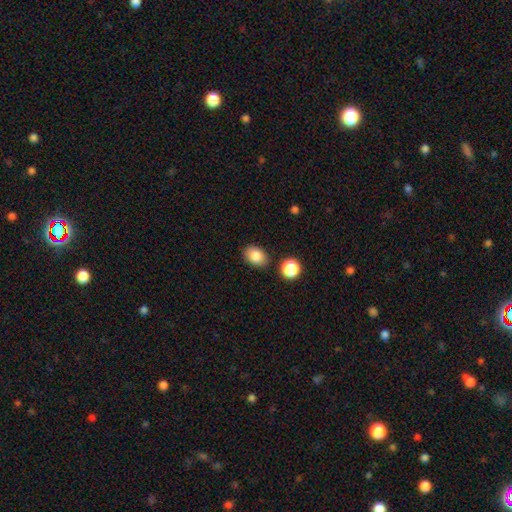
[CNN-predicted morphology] Q: Smooth or featured?
A: smooth (84%); runner-up: star or artifact (9%)
Q: How rounded?
A: in between (75%); runner-up: round (24%)
Q: Merging?
A: none (84%); runner-up: minor disturbance (10%)